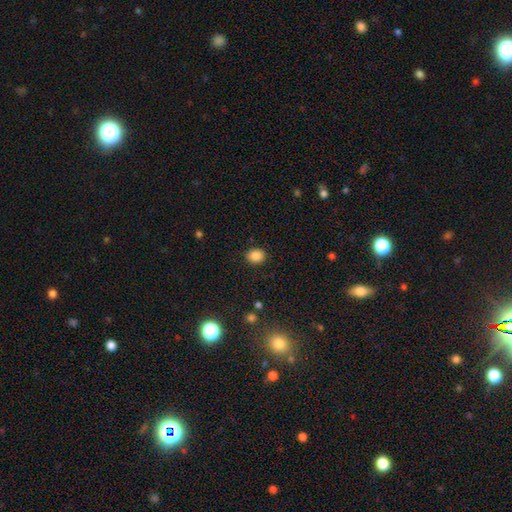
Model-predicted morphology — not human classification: Smooth or featured: smooth — 86% (star or artifact — 10%)
How rounded: round — 55% (in between — 44%)
Merging: none — 88% (minor disturbance — 8%)